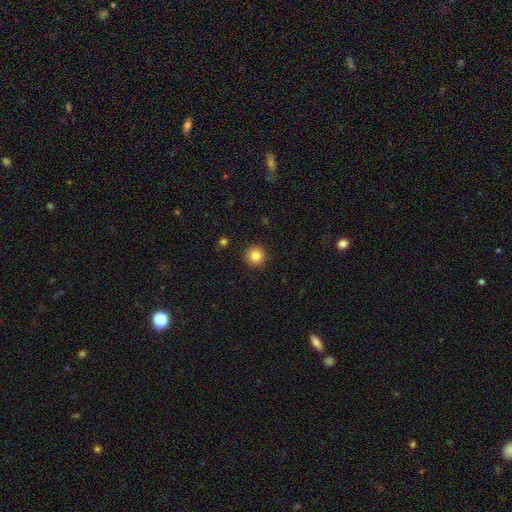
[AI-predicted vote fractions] Overall: smooth (84%). How rounded: round (95%). Merging: none (92%).